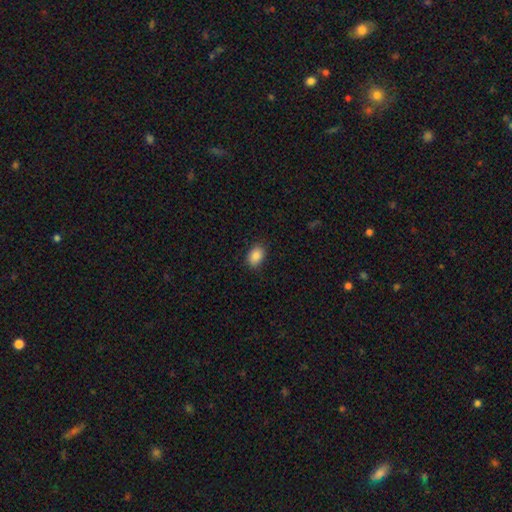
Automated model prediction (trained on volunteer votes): smooth-or-featured: smooth: 88% | star or artifact: 8% | featured or disk: 4%
  how-rounded: in between: 81% | round: 18% | cigar-shaped: 1%
  merging: none: 86% | minor disturbance: 11% | major disturbance: 3% | merger: 1%